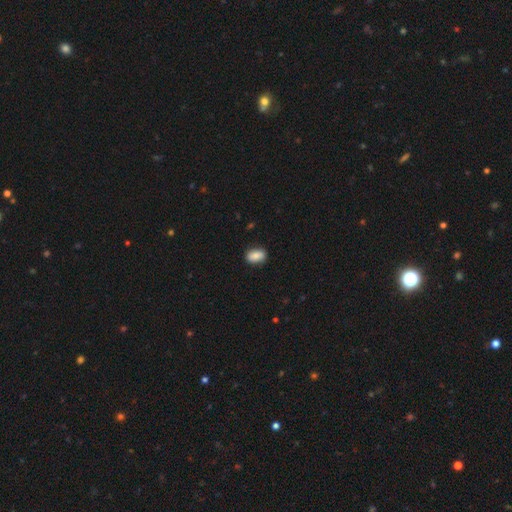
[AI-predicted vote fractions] Overall: smooth (83%). How rounded: in between (85%). Merging: none (84%).